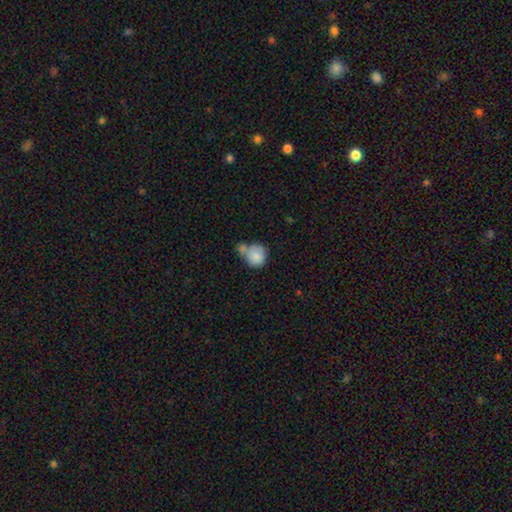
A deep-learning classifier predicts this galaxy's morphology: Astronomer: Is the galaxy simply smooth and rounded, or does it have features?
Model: smooth — 83%.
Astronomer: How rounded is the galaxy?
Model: round — 85%.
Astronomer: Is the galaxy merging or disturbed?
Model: merger — 42% (runner-up: none, 36%).